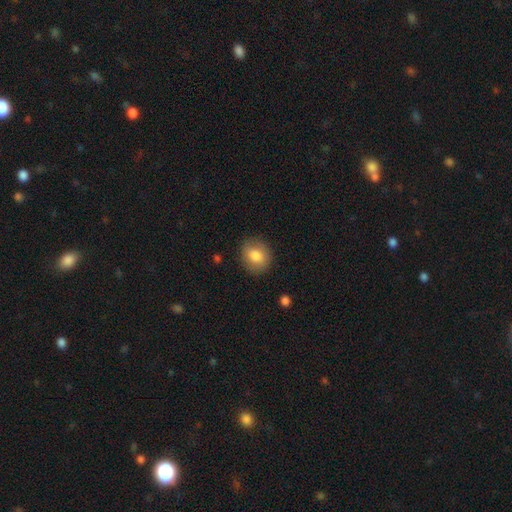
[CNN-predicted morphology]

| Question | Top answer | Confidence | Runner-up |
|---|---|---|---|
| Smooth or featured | smooth | 81% | featured or disk (11%) |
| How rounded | round | 72% | in between (27%) |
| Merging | none | 85% | minor disturbance (11%) |